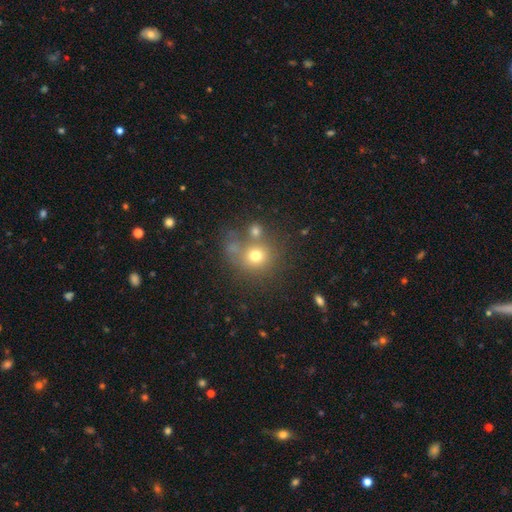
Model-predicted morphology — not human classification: Smooth or featured: smooth — 70% (star or artifact — 16%)
How rounded: round — 85% (in between — 14%)
Merging: none — 57% (merger — 23%)